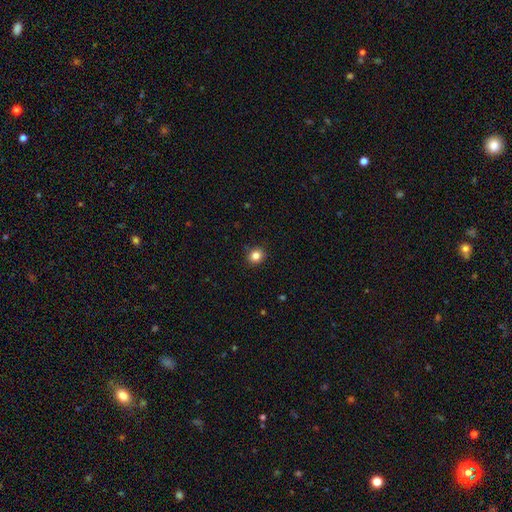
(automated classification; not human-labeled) This is clearly a smooth galaxy (84%). How rounded: clearly round (83%). Merging: clearly none (91%).